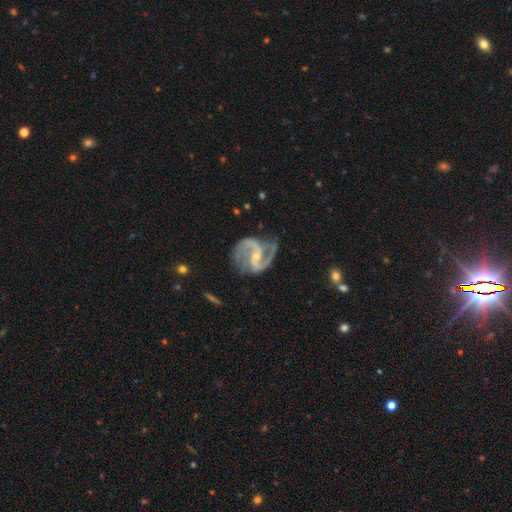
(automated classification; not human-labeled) Smooth or featured? Predicted: featured or disk (p=0.93). Edge-on disk? Predicted: no (p=0.98). Bar? Predicted: weak (p=0.44). Spiral arms? Predicted: yes (p=0.98). Spiral winding? Predicted: medium (p=0.59). Spiral arm count? Predicted: 2 (p=0.92). Bulge size? Predicted: small (p=0.68). Merging? Predicted: none (p=0.66).